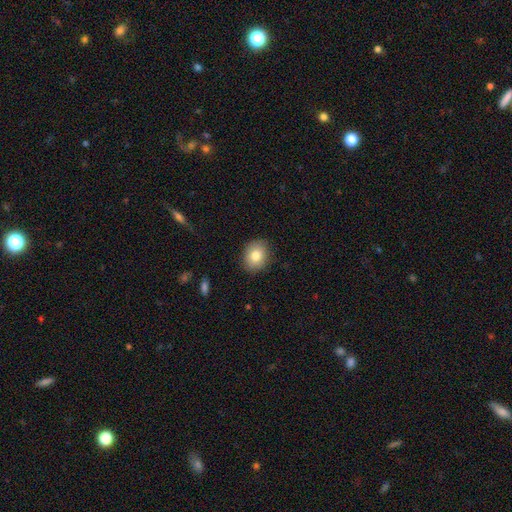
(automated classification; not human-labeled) Overall: smooth (81%). How rounded: round (52%; in between 47%). Merging: none (87%).